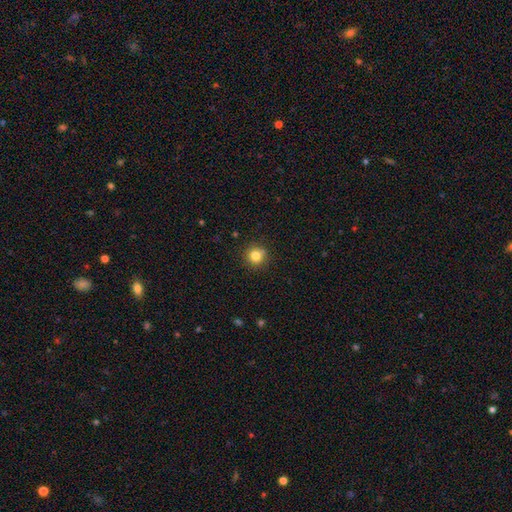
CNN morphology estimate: A smooth galaxy with no disk features (81%) that is round (92%). Merging: none (84%).